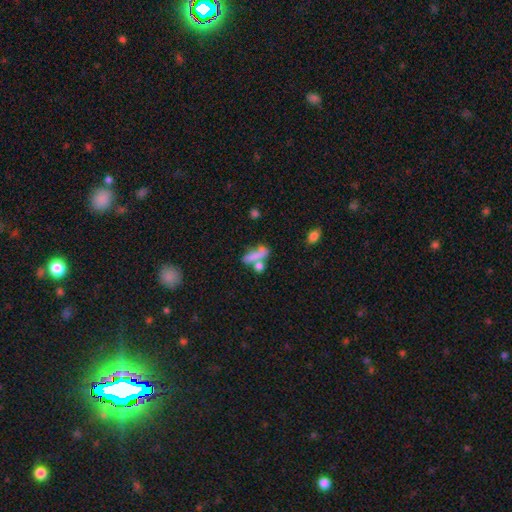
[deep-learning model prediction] smooth 69%, featured or disk 19%, star or artifact 12%. Down the decision tree: how rounded — cigar-shaped (51%); merging — merger (36%, tied with none).